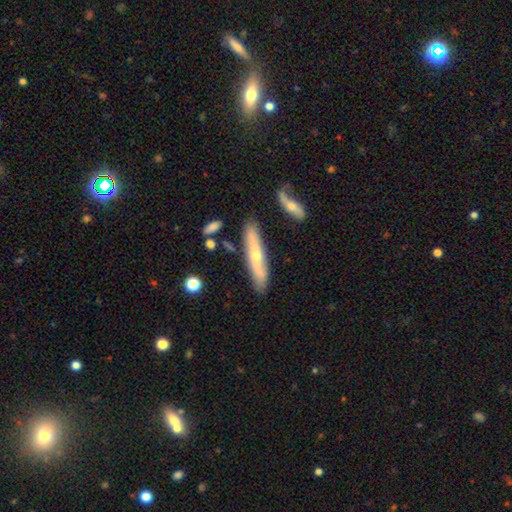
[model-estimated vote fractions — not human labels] A featured or disk galaxy (53%) viewed edge-on (70%).

Vote fractions:
- Smooth or featured? featured or disk: 53% / smooth: 41% / star or artifact: 6%
- Edge-on disk? yes: 70% / no: 30%
- Merging? none: 81% / minor disturbance: 12% / merger: 4% / major disturbance: 3%